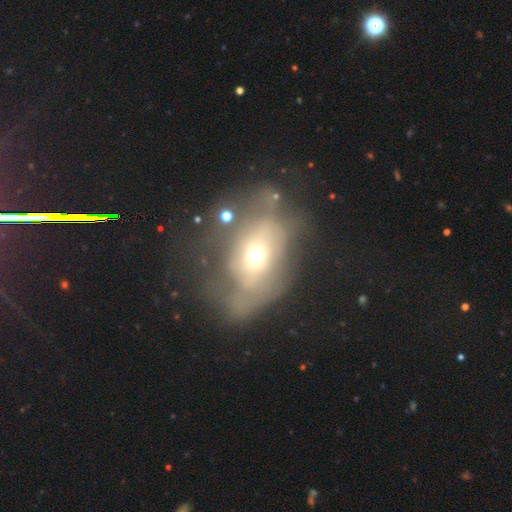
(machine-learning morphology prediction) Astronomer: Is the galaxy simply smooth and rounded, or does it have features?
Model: smooth — 44%, tied with featured or disk at 44%.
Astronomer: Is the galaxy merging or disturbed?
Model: major disturbance — 51%.